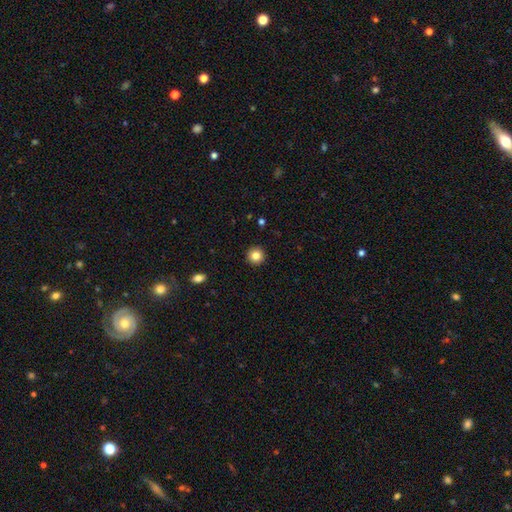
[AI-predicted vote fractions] Smooth or featured? smooth (84%)
How rounded? round (95%)
Merging? none (93%)